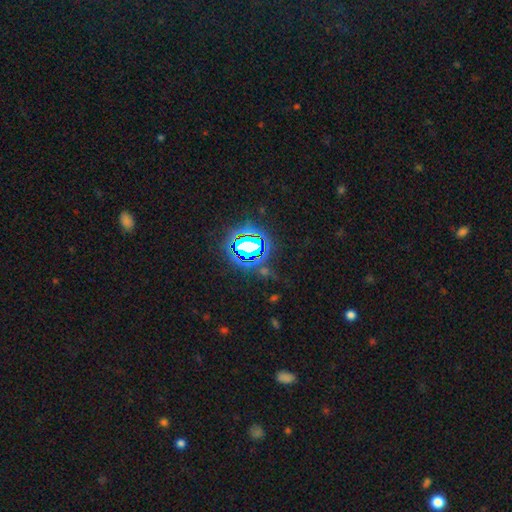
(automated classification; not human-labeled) Smooth or featured? Predicted: star or artifact (p=0.81).